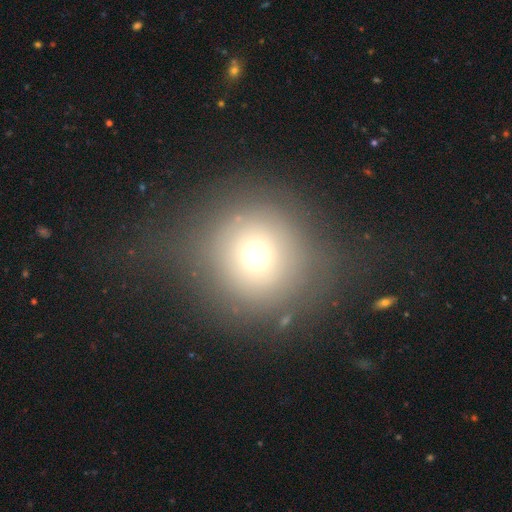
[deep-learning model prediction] smooth 66%, featured or disk 17%, star or artifact 17%. Down the decision tree: how rounded — round (92%); merging — none (64%).